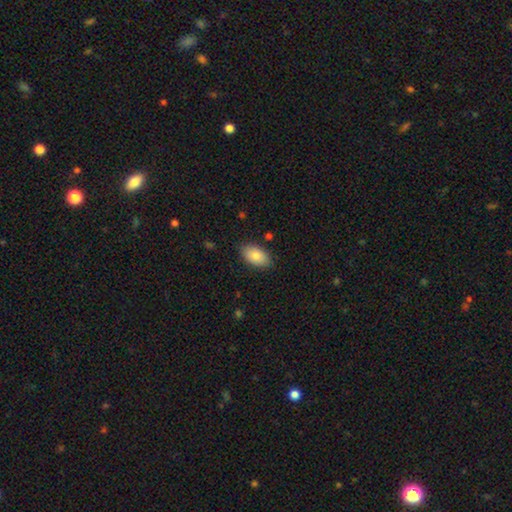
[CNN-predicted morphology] This appears to be a smooth galaxy with no disk features (84%) that is in between round and cigar-shaped (93%). Merging: none (85%).